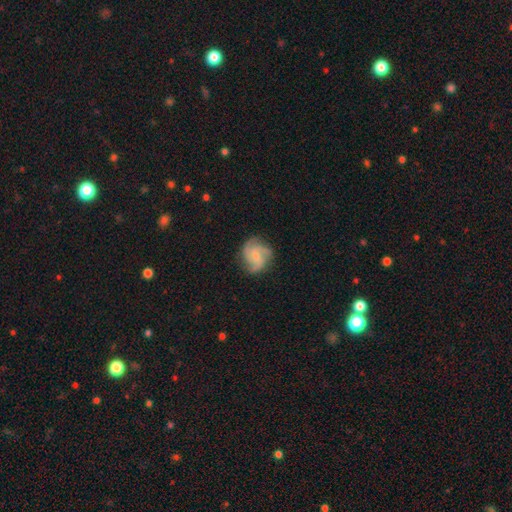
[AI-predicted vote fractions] Morphology: type=featured or disk (80%); edge-on=no (98%); bar=no (56%); spiral arms=yes (97%); winding=medium (53%); arm count=3 (65%); bulge=small (61%); merging=none (75%).